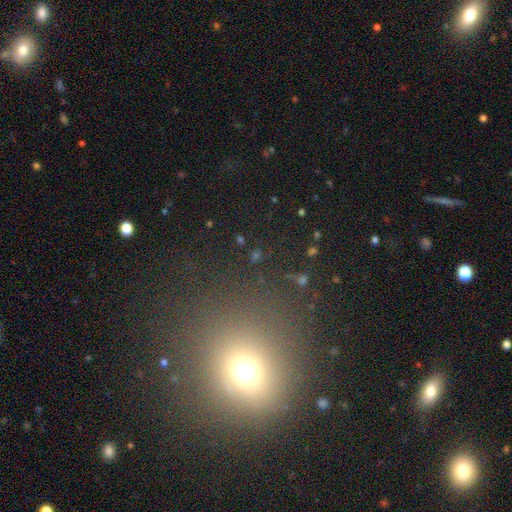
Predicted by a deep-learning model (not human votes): smooth-or-featured: star or artifact: 52% | smooth: 36% | featured or disk: 11%